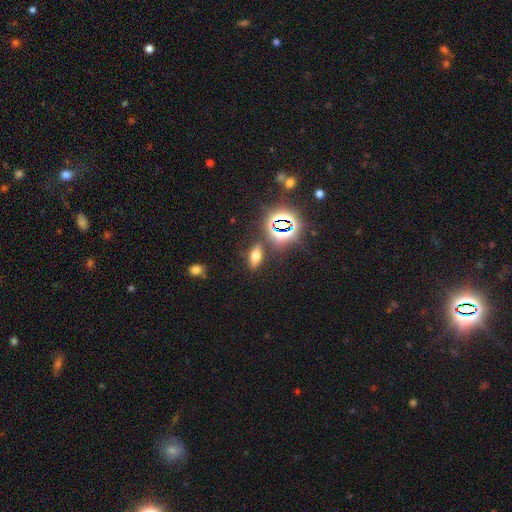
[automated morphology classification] A smooth galaxy with no disk features (51%) that is in between round and cigar-shaped (71%). Merging: none (83%).